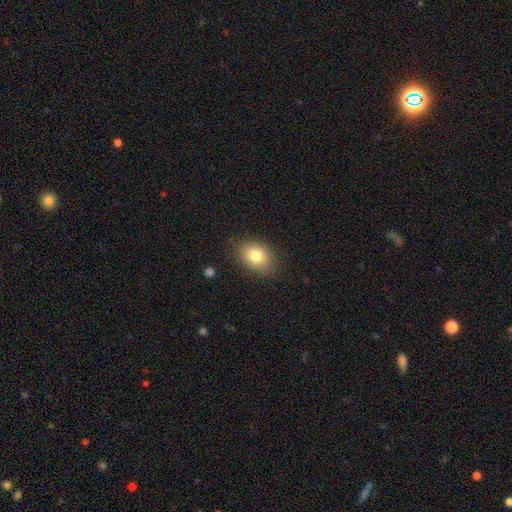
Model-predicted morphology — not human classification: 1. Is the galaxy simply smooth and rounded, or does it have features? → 81% smooth, 11% featured or disk, 9% star or artifact.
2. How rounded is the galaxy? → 73% in between, 26% round, 1% cigar-shaped.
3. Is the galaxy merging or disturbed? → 83% none, 12% minor disturbance, 3% major disturbance, 1% merger.